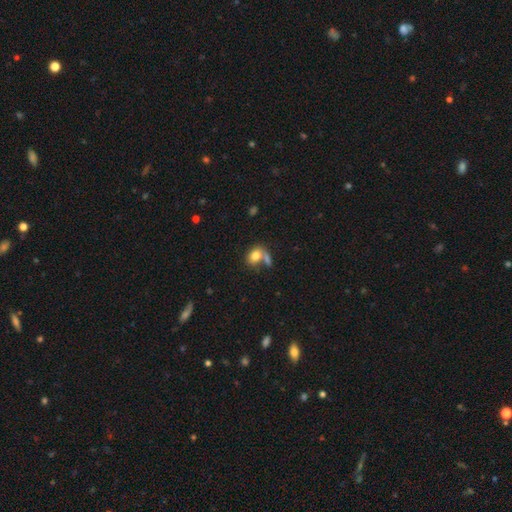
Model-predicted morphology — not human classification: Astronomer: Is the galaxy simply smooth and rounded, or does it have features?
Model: smooth — 79%.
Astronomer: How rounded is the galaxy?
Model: in between — 71%.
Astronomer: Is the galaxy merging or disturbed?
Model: merger — 40% (runner-up: none, 38%).